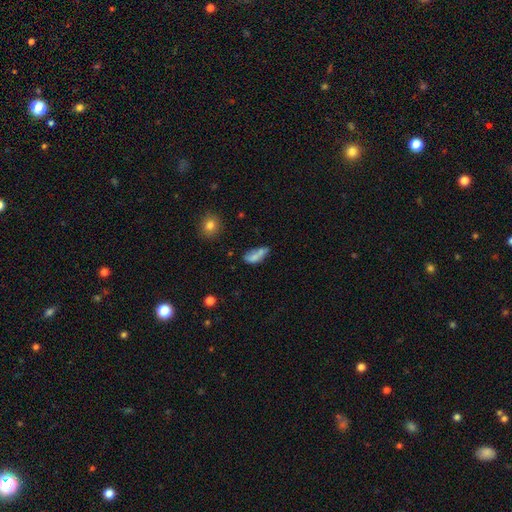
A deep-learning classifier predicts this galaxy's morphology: A smooth galaxy with no disk features (68%) that is in between round and cigar-shaped (75%). Merging: none (37%).